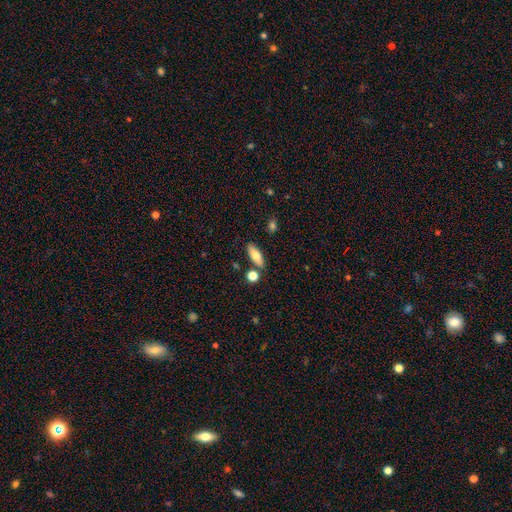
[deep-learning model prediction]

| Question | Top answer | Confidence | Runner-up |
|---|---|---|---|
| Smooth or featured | smooth | 75% | featured or disk (18%) |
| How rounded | in between | 70% | cigar-shaped (27%) |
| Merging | none | 80% | minor disturbance (10%) |